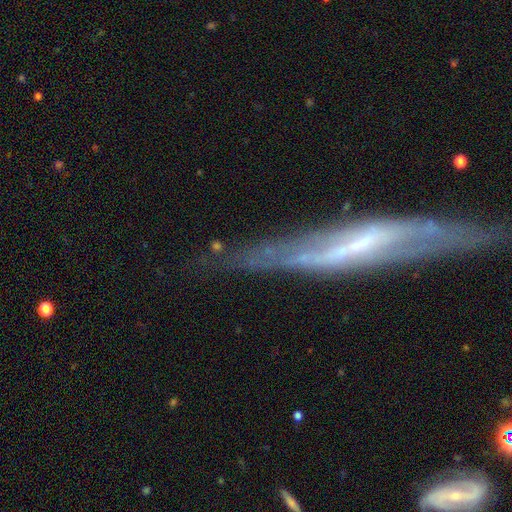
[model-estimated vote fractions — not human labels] smooth_or_featured: featured or disk (p=0.74) [alt: smooth p=0.17]
disk_edge_on: yes (p=0.71) [alt: no p=0.29]
edge_on_bulge: none (p=0.56) [alt: rounded p=0.27]
merging: none (p=0.62) [alt: minor disturbance p=0.22]